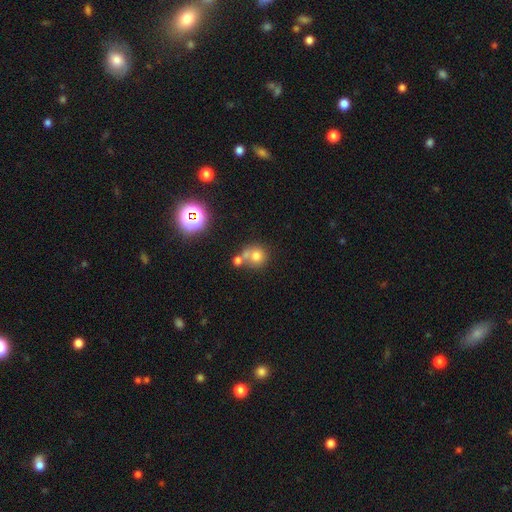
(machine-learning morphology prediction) smooth_or_featured: smooth (p=0.70) [alt: star or artifact p=0.16]
how_rounded: round (p=0.85) [alt: in between p=0.14]
merging: merger (p=0.43) [alt: none p=0.42]